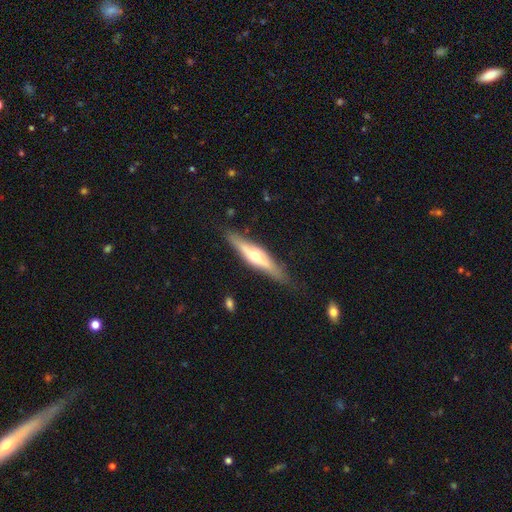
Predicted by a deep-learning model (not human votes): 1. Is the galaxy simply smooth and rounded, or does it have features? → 63% featured or disk, 32% smooth, 5% star or artifact.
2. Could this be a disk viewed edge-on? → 92% yes, 8% no.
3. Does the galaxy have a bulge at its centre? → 91% rounded, 5% boxy, 4% none.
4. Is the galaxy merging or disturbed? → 82% none, 13% minor disturbance, 3% major disturbance, 2% merger.